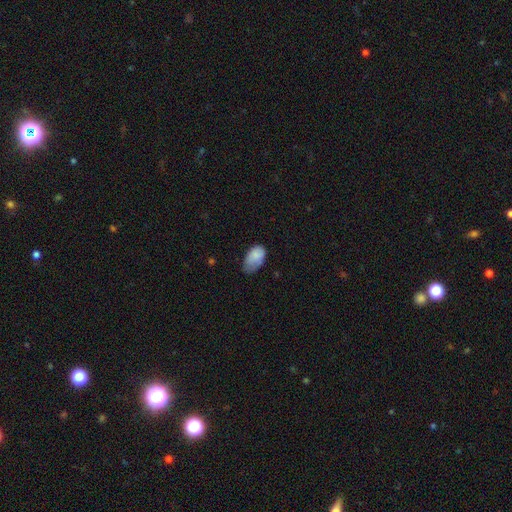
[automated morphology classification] Overall: smooth (83%). How rounded: in between (93%). Merging: minor disturbance (46%; none 38%).